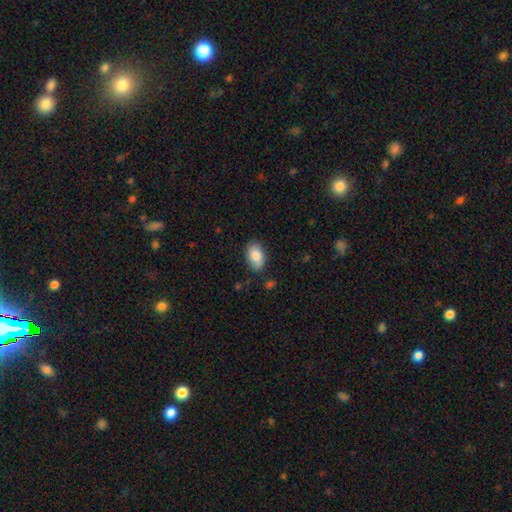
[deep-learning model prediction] Smooth or featured? Predicted: smooth (p=0.84). How rounded? Predicted: in between (p=0.92). Merging? Predicted: none (p=0.83).